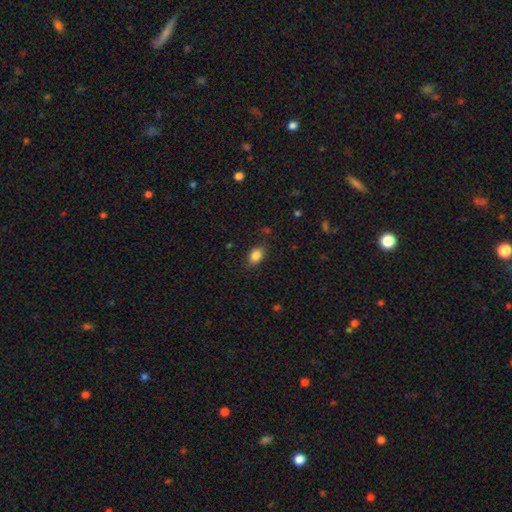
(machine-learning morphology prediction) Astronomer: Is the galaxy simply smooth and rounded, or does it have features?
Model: smooth — 85%.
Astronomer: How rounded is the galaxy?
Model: in between — 81%.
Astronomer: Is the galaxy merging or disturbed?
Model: none — 83%.